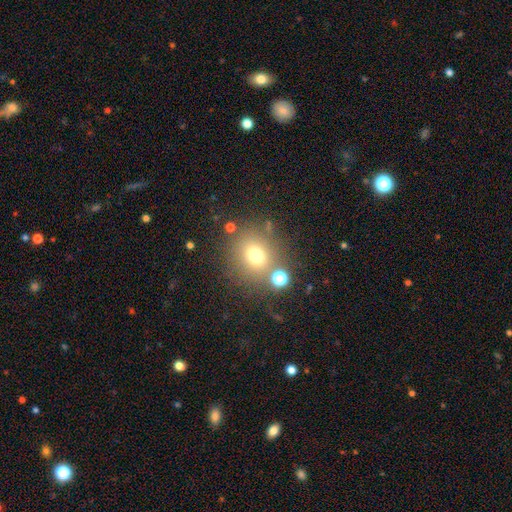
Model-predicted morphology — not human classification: Q: Smooth or featured?
A: smooth (70%); runner-up: star or artifact (18%)
Q: How rounded?
A: round (81%); runner-up: in between (18%)
Q: Merging?
A: none (74%); runner-up: minor disturbance (11%)